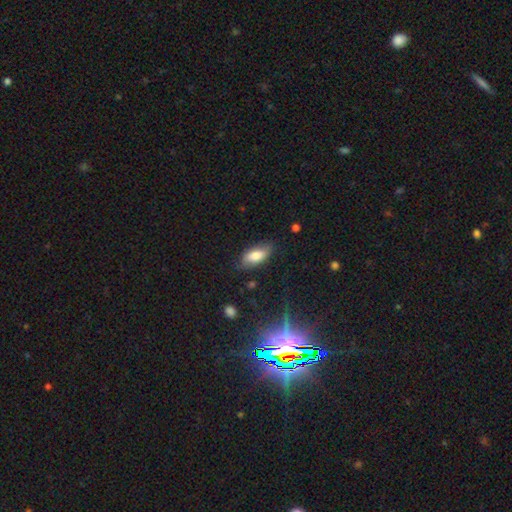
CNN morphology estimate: A smooth galaxy with no disk features (76%) that is in between round and cigar-shaped (86%). Merging: none (78%).